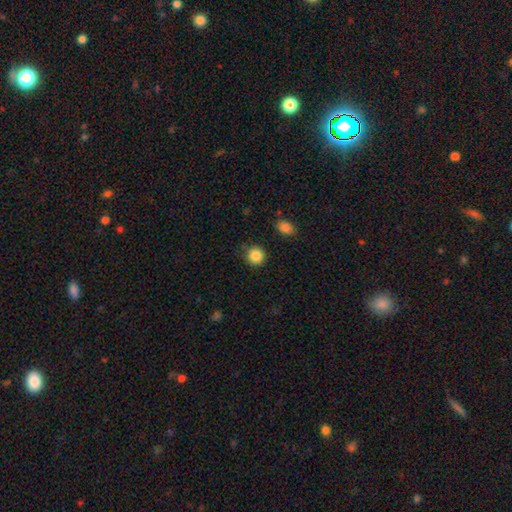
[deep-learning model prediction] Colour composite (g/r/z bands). It shows a smooth galaxy with no disk features (87%) that is round (93%). Merging: none (86%).